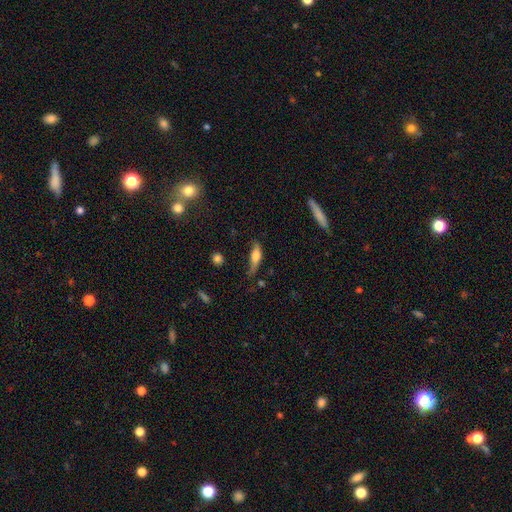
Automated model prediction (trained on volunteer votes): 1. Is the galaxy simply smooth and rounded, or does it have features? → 57% smooth, 35% featured or disk, 8% star or artifact.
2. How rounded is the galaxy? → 50% cigar-shaped, 46% in between, 4% round.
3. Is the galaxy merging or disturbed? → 49% none, 33% minor disturbance, 14% major disturbance, 4% merger.